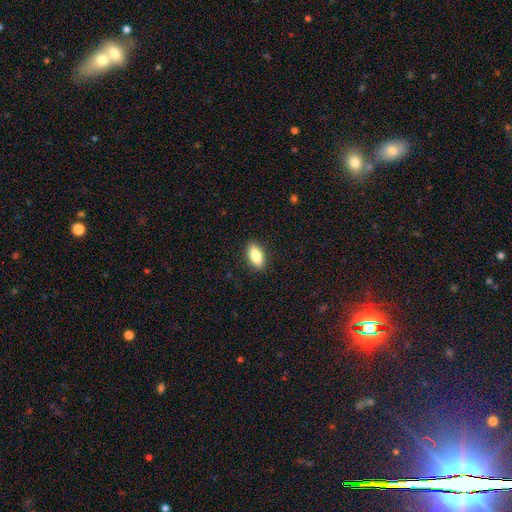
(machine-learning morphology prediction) smooth 78%, featured or disk 15%, star or artifact 7%. Down the decision tree: how rounded — in between (85%); merging — none (88%).